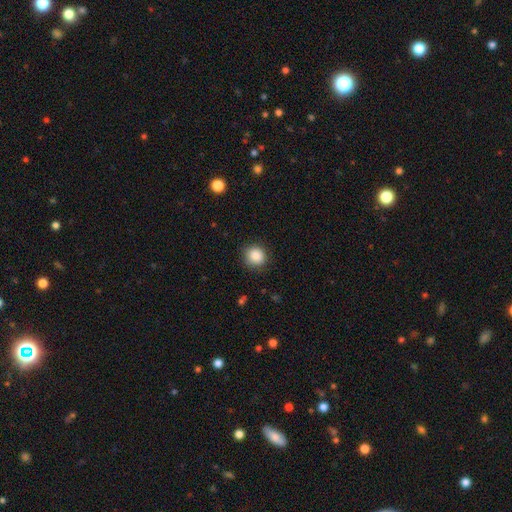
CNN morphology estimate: The model was most divided on "smooth or featured": smooth: 87%, star or artifact: 9%, featured or disk: 4%. More confident: how rounded — round (90%); merging — none (88%).